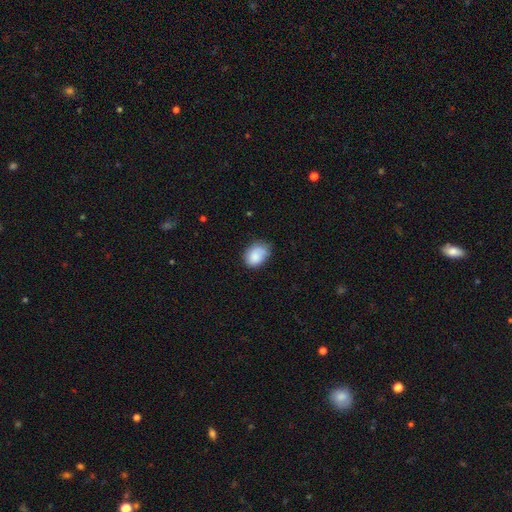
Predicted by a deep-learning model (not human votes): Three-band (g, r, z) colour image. It shows a smooth galaxy with no disk features (82%) that is in between round and cigar-shaped (72%). Merging: none (59%).